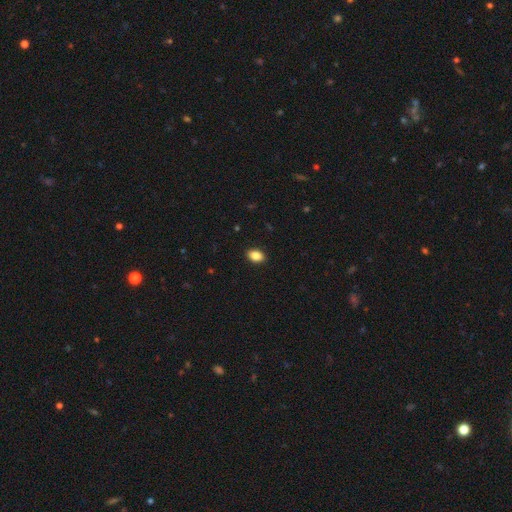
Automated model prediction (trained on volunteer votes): A smooth galaxy with no disk features (86%) that is in between round and cigar-shaped (83%).

Vote fractions:
- Smooth or featured? smooth: 86% / star or artifact: 8% / featured or disk: 5%
- How rounded? in between: 83% / round: 15% / cigar-shaped: 1%
- Merging? none: 90% / minor disturbance: 7% / major disturbance: 2% / merger: 1%